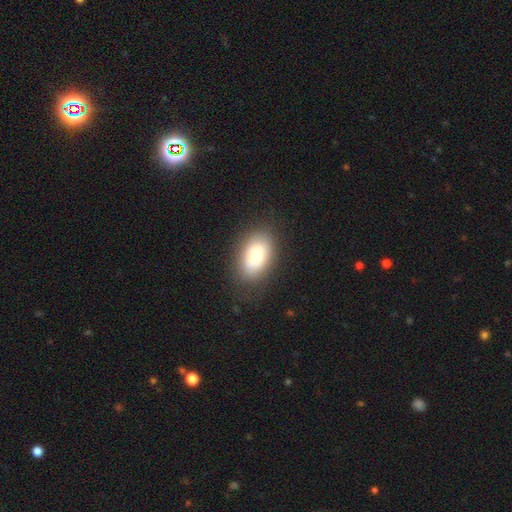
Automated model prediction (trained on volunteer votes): A smooth galaxy with no disk features (73%) that is in between round and cigar-shaped (87%).

Vote fractions:
- Smooth or featured? smooth: 73% / featured or disk: 19% / star or artifact: 8%
- How rounded? in between: 87% / round: 11% / cigar-shaped: 2%
- Merging? none: 82% / minor disturbance: 12% / major disturbance: 4% / merger: 1%